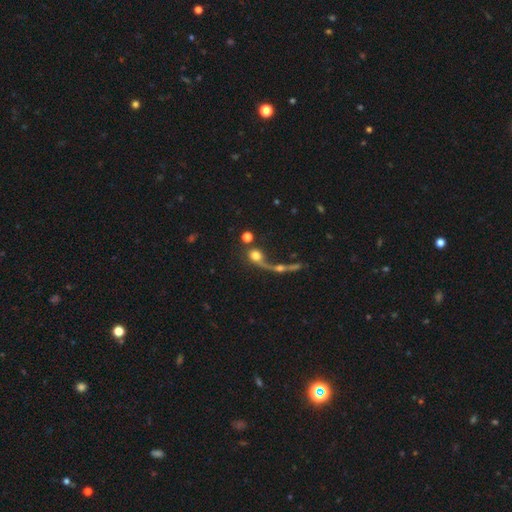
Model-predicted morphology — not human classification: Overall: smooth (61%; featured or disk 24%). How rounded: round (77%). Merging: merger (44%; none 27%).